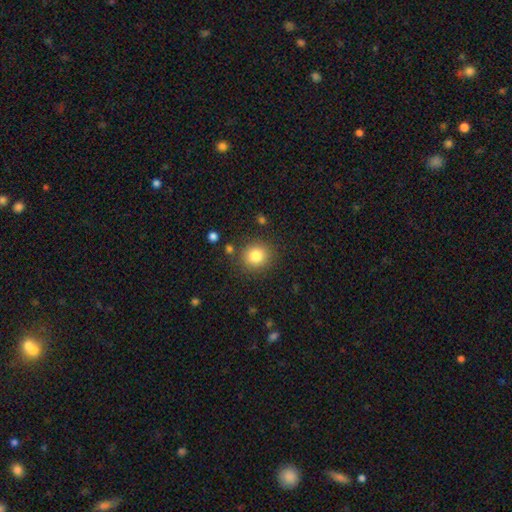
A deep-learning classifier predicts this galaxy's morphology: smooth_or_featured: smooth (p=0.82) [alt: star or artifact p=0.11]
how_rounded: round (p=0.87) [alt: in between p=0.12]
merging: none (p=0.86) [alt: minor disturbance p=0.08]